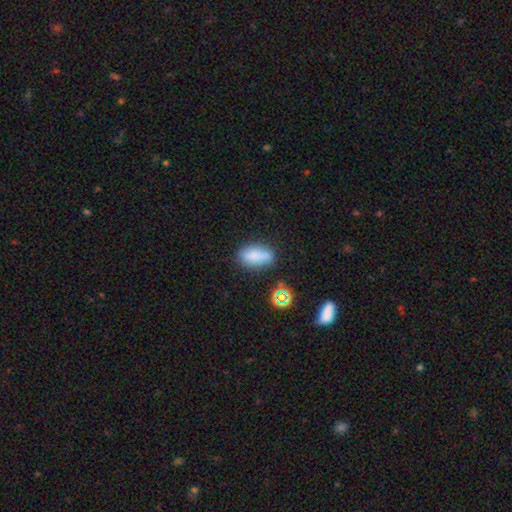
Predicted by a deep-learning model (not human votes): smooth_or_featured: smooth (p=0.78) [alt: star or artifact p=0.11]
how_rounded: in between (p=0.83) [alt: cigar-shaped p=0.10]
merging: none (p=0.68) [alt: minor disturbance p=0.20]